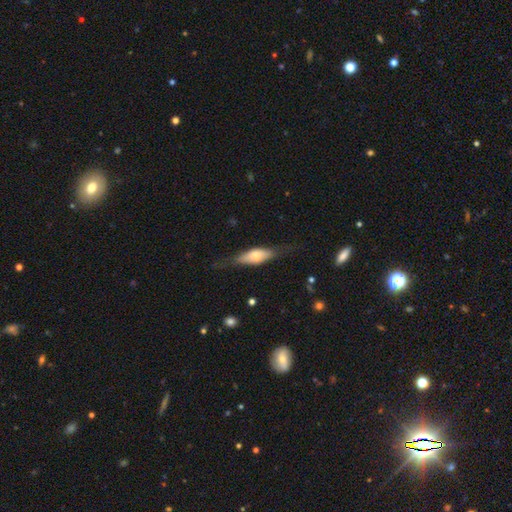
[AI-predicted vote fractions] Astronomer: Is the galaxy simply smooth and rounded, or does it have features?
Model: smooth — 50% (runner-up: featured or disk, 44%).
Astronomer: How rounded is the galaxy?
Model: in between — 55% (runner-up: cigar-shaped, 42%).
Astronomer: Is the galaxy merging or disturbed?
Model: none — 68%.